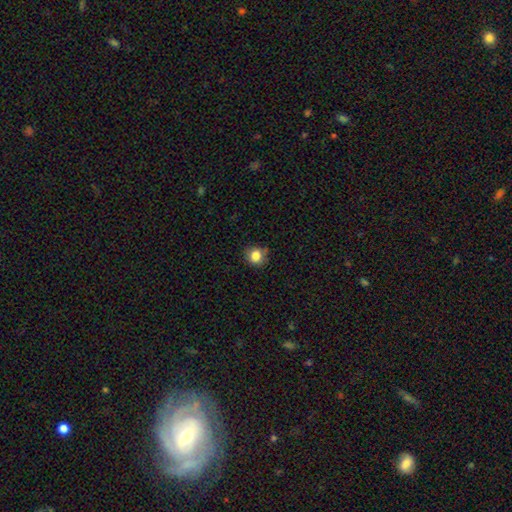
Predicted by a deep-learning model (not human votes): Smooth or featured?
  - smooth: 84% *
  - star or artifact: 11%
  - featured or disk: 5%
How rounded?
  - round: 83% *
  - in between: 16%
  - cigar-shaped: 1%
Merging?
  - none: 78% *
  - minor disturbance: 16%
  - major disturbance: 3%
  - merger: 2%